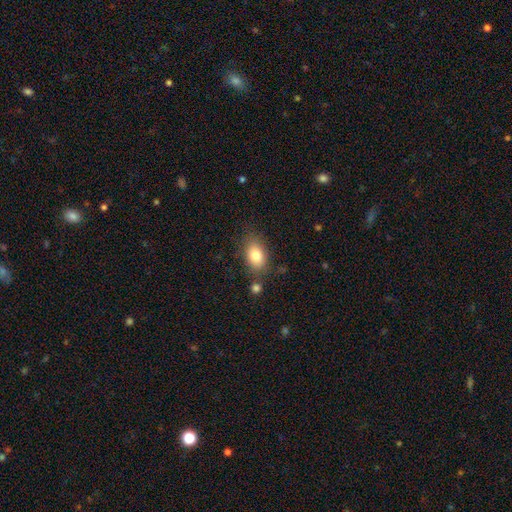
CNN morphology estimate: A smooth galaxy with no disk features (81%) that is in between round and cigar-shaped (86%).

Vote fractions:
- Smooth or featured? smooth: 81% / featured or disk: 11% / star or artifact: 8%
- How rounded? in between: 86% / round: 12% / cigar-shaped: 2%
- Merging? none: 75% / minor disturbance: 14% / merger: 7% / major disturbance: 4%